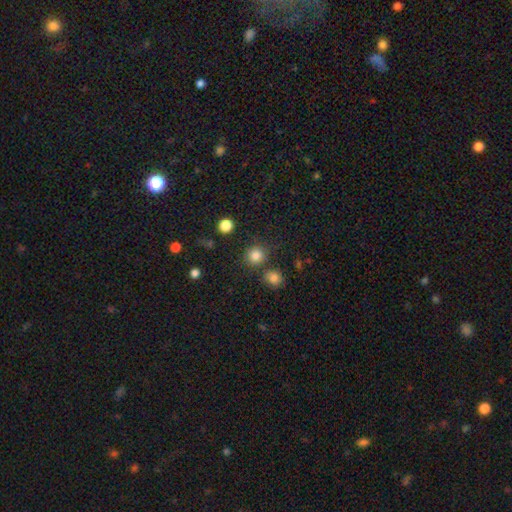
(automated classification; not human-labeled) smooth-or-featured: smooth: 83% | star or artifact: 12% | featured or disk: 5%
  how-rounded: round: 90% | in between: 9% | cigar-shaped: 1%
  merging: none: 80% | merger: 9% | minor disturbance: 8% | major disturbance: 3%